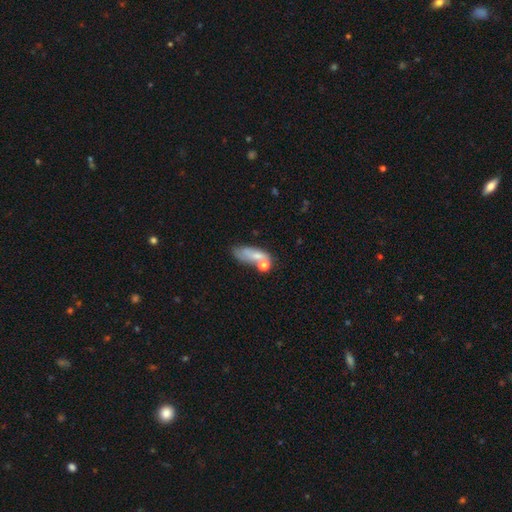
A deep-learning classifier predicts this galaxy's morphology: This is likely a smooth galaxy (65%). How rounded: likely in between (69%). Merging: marginally none (33%).